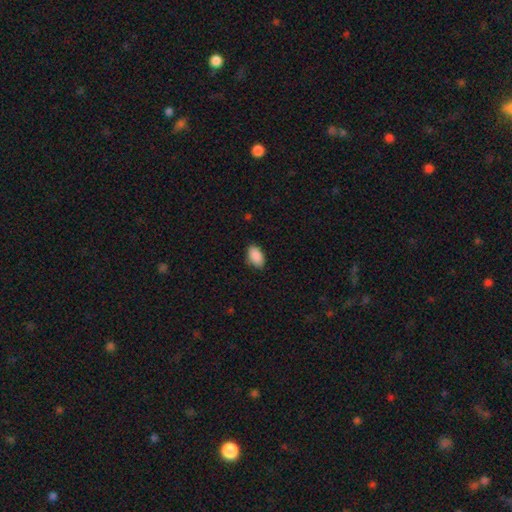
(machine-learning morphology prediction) Q: Smooth or featured?
A: smooth (90%); runner-up: star or artifact (7%)
Q: How rounded?
A: in between (93%); runner-up: round (5%)
Q: Merging?
A: none (84%); runner-up: minor disturbance (13%)